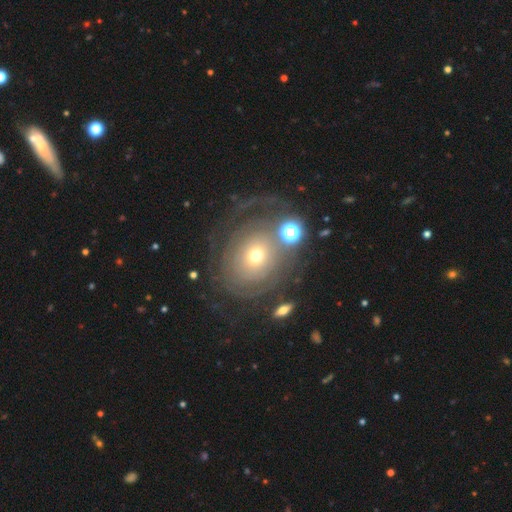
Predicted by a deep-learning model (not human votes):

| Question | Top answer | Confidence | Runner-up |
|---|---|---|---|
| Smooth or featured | featured or disk | 66% | smooth (22%) |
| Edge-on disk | no | 96% | yes (4%) |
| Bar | no | 85% | weak (12%) |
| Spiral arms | yes | 77% | no (23%) |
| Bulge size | small | 48% | moderate (43%) |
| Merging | none | 60% | major disturbance (18%) |